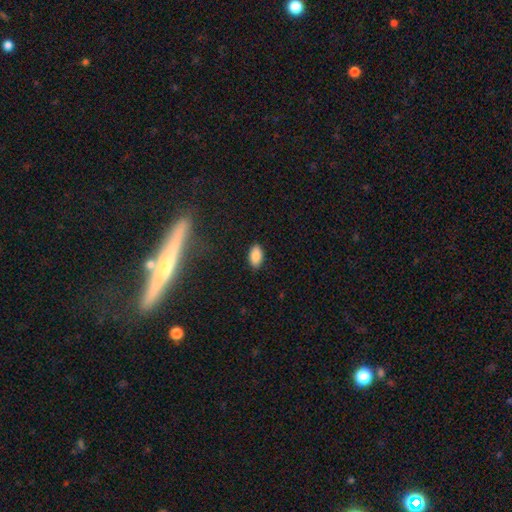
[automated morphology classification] smooth_or_featured: smooth (p=0.87) [alt: star or artifact p=0.09]
how_rounded: in between (p=0.94) [alt: round p=0.04]
merging: none (p=0.86) [alt: minor disturbance p=0.11]